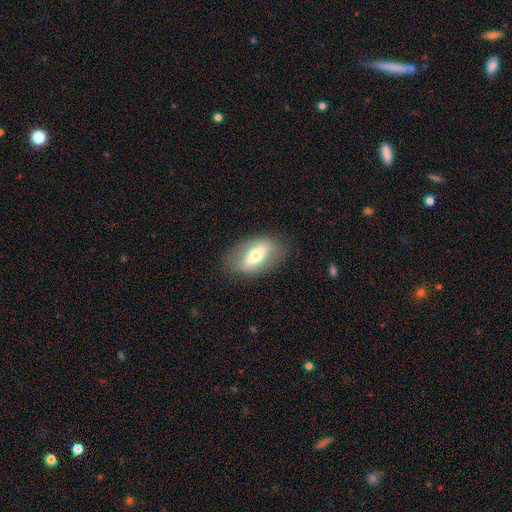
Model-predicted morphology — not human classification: A smooth galaxy with no disk features (55%) that is in between round and cigar-shaped (88%). Merging: none (79%).